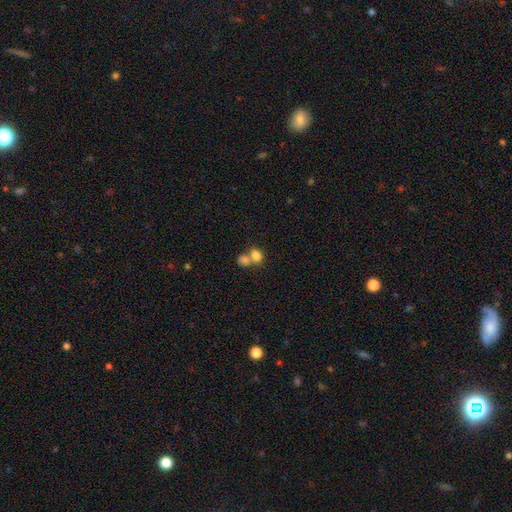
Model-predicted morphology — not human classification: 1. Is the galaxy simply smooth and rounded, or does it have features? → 80% smooth, 10% star or artifact, 10% featured or disk.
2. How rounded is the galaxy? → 59% in between, 40% round, 1% cigar-shaped.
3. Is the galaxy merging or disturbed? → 60% merger, 29% none, 7% minor disturbance, 4% major disturbance.